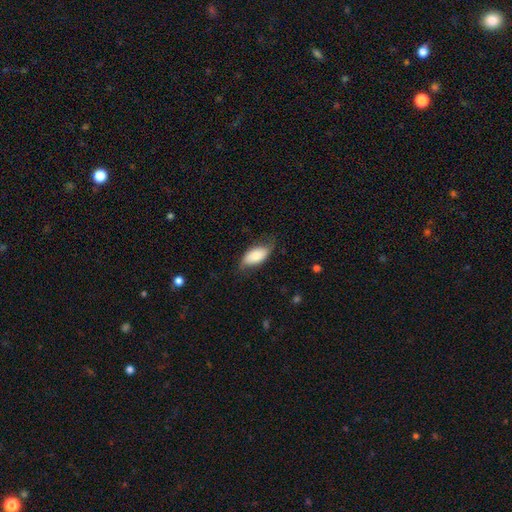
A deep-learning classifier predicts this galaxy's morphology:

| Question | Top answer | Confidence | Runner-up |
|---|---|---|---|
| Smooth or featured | smooth | 72% | featured or disk (22%) |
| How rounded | in between | 91% | cigar-shaped (6%) |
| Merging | none | 61% | minor disturbance (28%) |